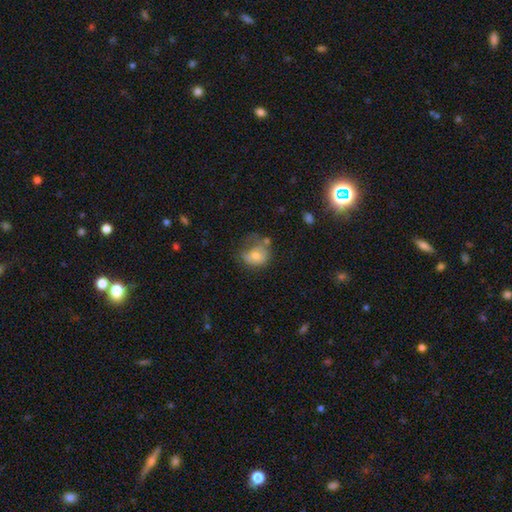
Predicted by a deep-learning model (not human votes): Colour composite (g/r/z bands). It shows a smooth galaxy with no disk features (62%) that is round (55%). Merging: none (36%).